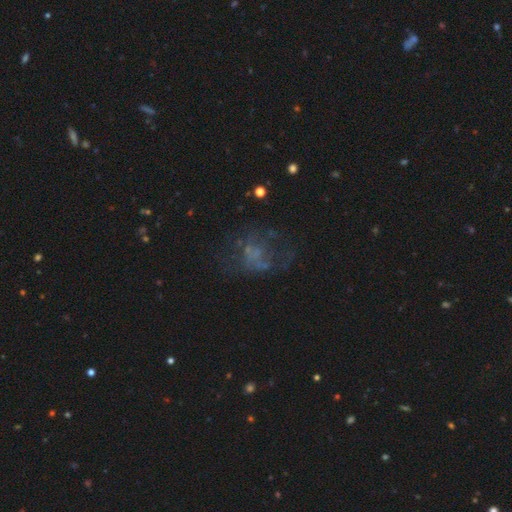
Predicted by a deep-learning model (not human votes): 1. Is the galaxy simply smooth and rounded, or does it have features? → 46% featured or disk, 29% smooth, 24% star or artifact.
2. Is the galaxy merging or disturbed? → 45% none, 33% major disturbance, 17% minor disturbance, 4% merger.